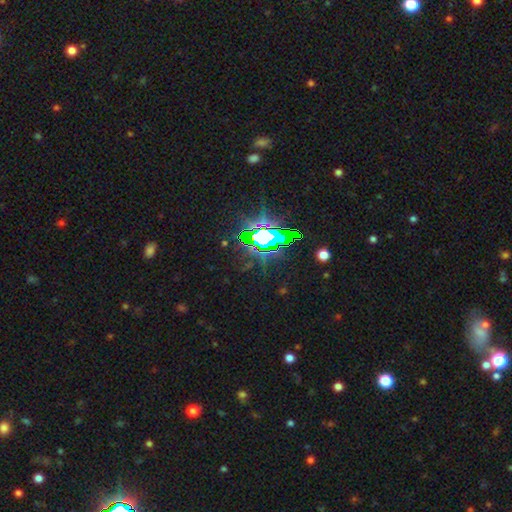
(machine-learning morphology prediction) This appears to be a star or artifact, not a galaxy (82%).